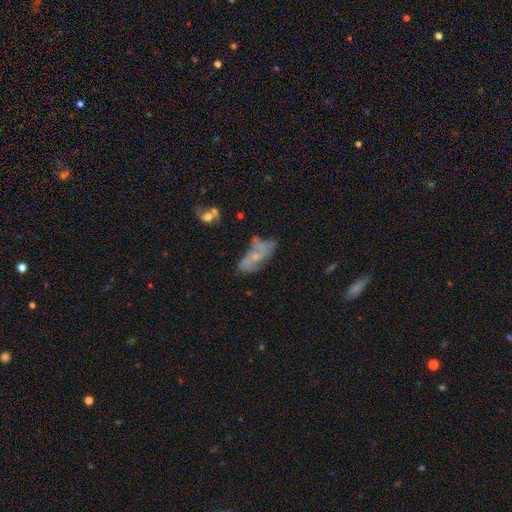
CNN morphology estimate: A featured or disk galaxy (57%) with no bar (74%), spiral arms (59%) and a small central bulge (62%). Merging: none (45%).